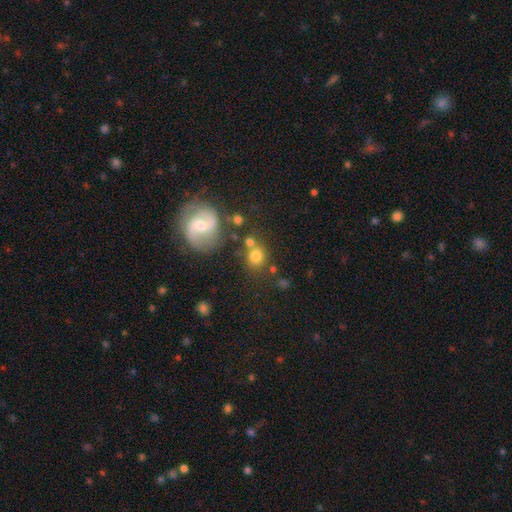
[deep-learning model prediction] A smooth galaxy with no disk features (75%) that is round (77%). Merging: none (60%).